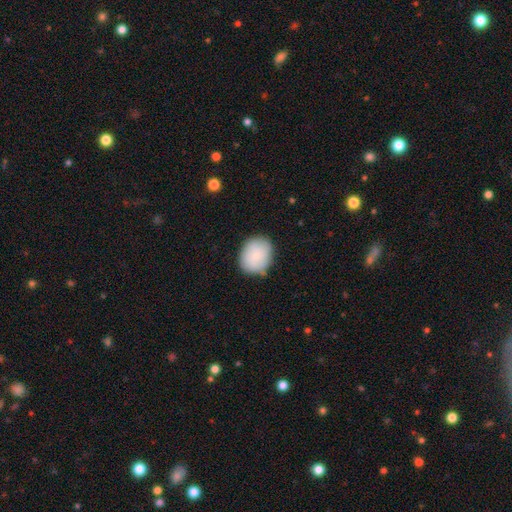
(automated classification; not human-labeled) Smooth or featured? Predicted: smooth (p=0.84). How rounded? Predicted: round (p=0.62). Merging? Predicted: none (p=0.76).